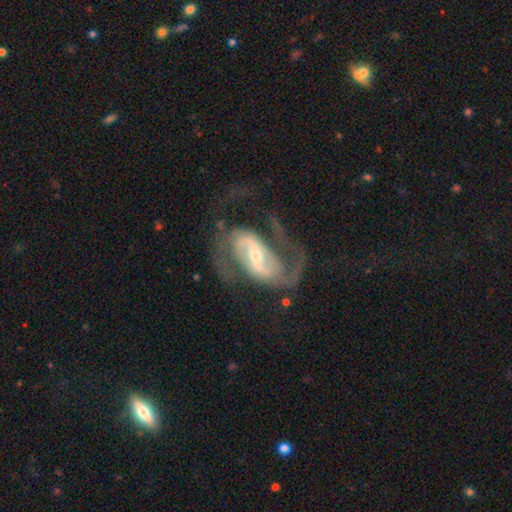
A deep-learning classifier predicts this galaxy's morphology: smooth_or_featured: featured or disk (p=0.90) [alt: smooth p=0.05]
disk_edge_on: no (p=0.96) [alt: yes p=0.04]
bar: strong (p=0.57) [alt: weak p=0.32]
has_spiral_arms: yes (p=0.96) [alt: no p=0.04]
spiral_winding: medium (p=0.54) [alt: loose p=0.29]
spiral_arm_count: 2 (p=0.90) [alt: can't tell p=0.03]
bulge_size: small (p=0.63) [alt: moderate p=0.32]
merging: none (p=0.62) [alt: major disturbance p=0.21]